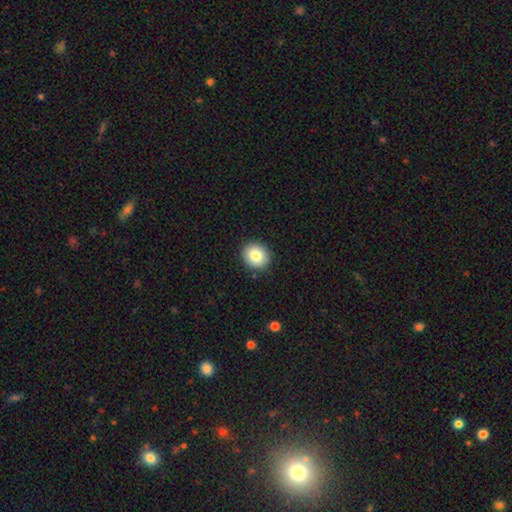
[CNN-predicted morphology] Smooth or featured? smooth (83%)
How rounded? round (77%)
Merging? none (90%)